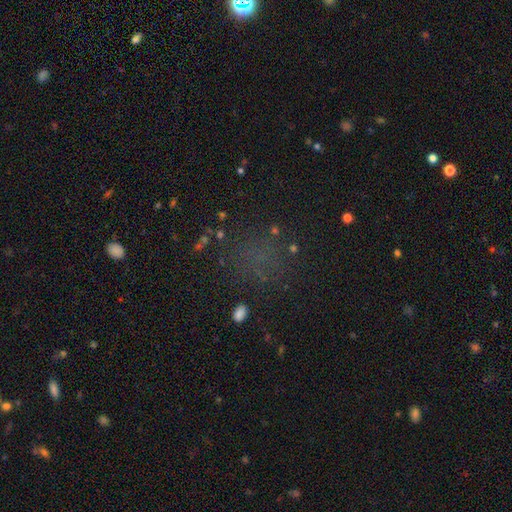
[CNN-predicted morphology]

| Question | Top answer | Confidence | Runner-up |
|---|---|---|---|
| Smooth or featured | star or artifact | 45% | smooth (40%) |